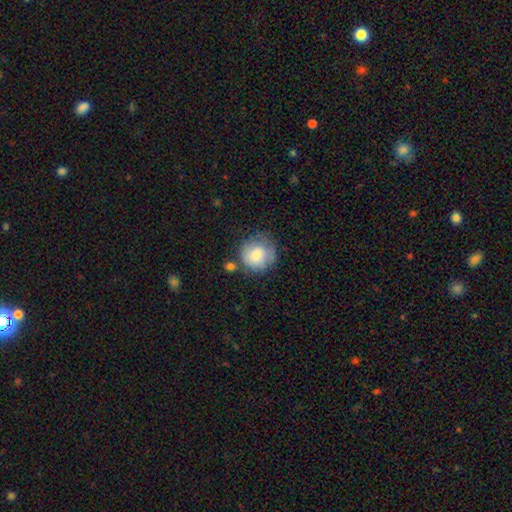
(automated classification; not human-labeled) Q: Smooth or featured?
A: smooth (78%); runner-up: featured or disk (14%)
Q: How rounded?
A: round (91%); runner-up: in between (8%)
Q: Merging?
A: none (63%); runner-up: minor disturbance (22%)